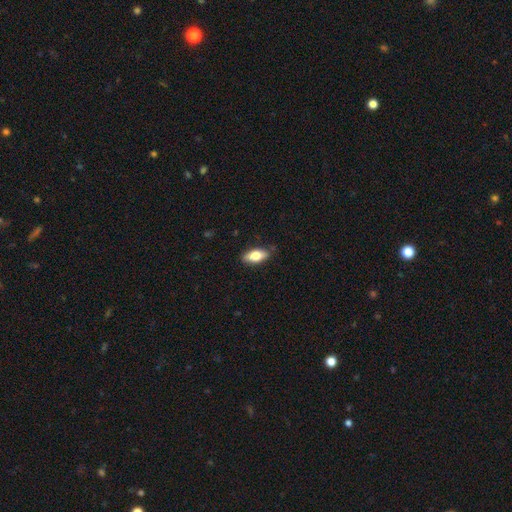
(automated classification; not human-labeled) Smooth or featured: smooth — 73% (featured or disk — 21%)
How rounded: in between — 84% (cigar-shaped — 12%)
Merging: none — 85% (minor disturbance — 12%)